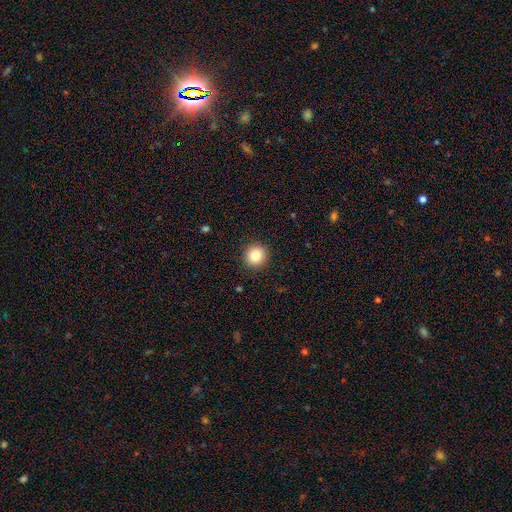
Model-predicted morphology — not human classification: A smooth galaxy with no disk features (85%) that is round (92%). Merging: none (91%).